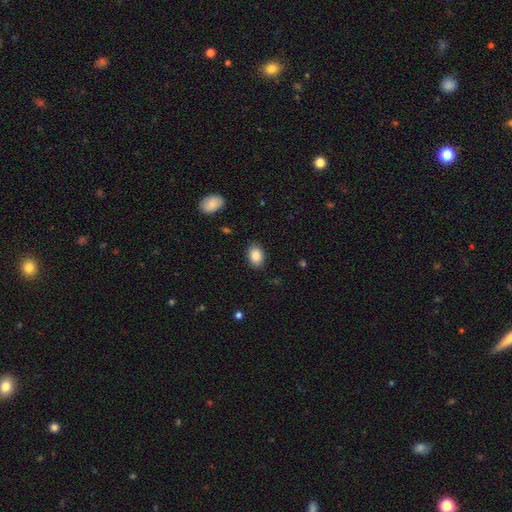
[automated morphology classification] This appears to be a smooth galaxy with no disk features (88%) that is in between round and cigar-shaped (82%). Merging: none (87%).